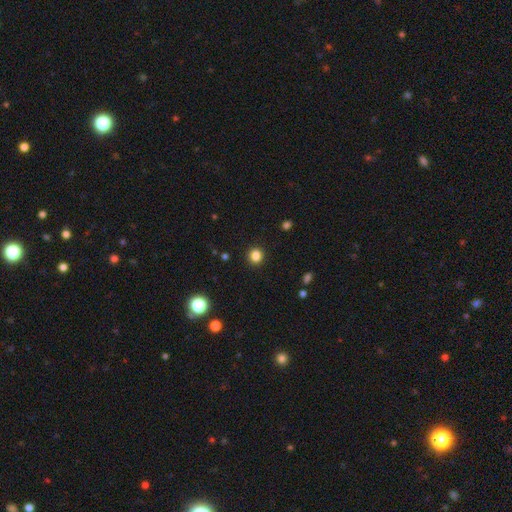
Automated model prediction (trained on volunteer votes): smooth-or-featured: smooth: 84% | star or artifact: 13% | featured or disk: 4%
  how-rounded: round: 91% | in between: 8% | cigar-shaped: 1%
  merging: none: 92% | minor disturbance: 5% | major disturbance: 2% | merger: 1%